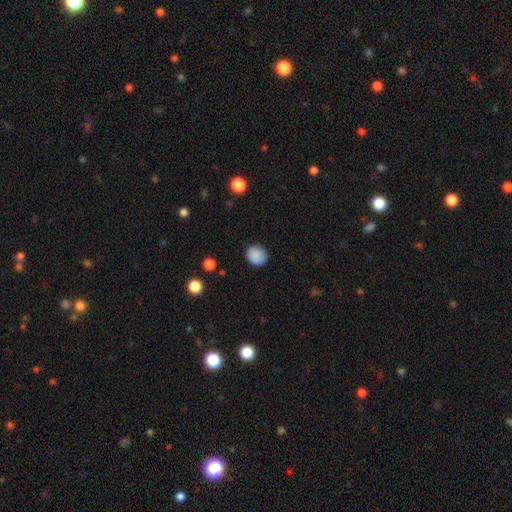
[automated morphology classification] Smooth or featured? smooth (88%)
How rounded? round (71%)
Merging? none (85%)